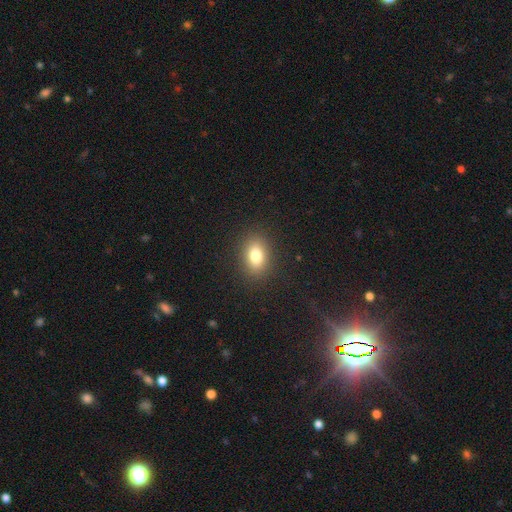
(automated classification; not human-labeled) Smooth or featured? smooth (81%)
How rounded? in between (77%)
Merging? none (88%)